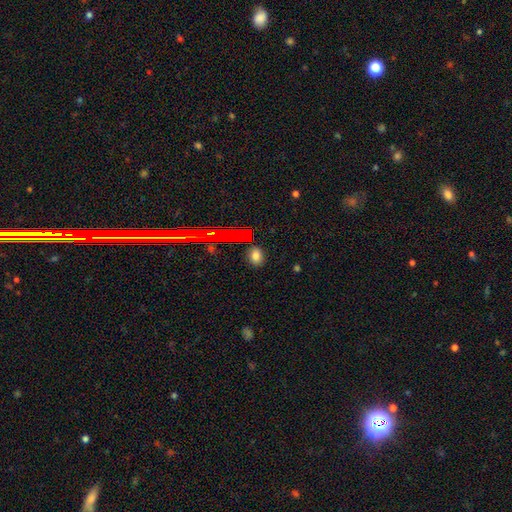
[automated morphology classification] This appears to be a smooth galaxy with no disk features (76%) that is in between round and cigar-shaped (67%). Merging: none (81%).